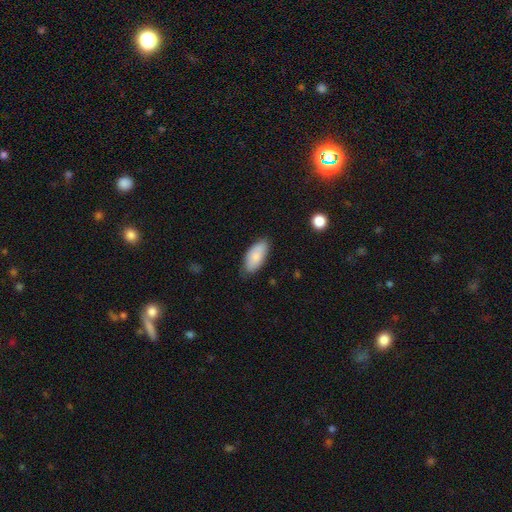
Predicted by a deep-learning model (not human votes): smooth-or-featured: smooth: 84% | featured or disk: 10% | star or artifact: 6%
  how-rounded: in between: 91% | cigar-shaped: 7% | round: 2%
  merging: none: 78% | minor disturbance: 18% | major disturbance: 3% | merger: 1%